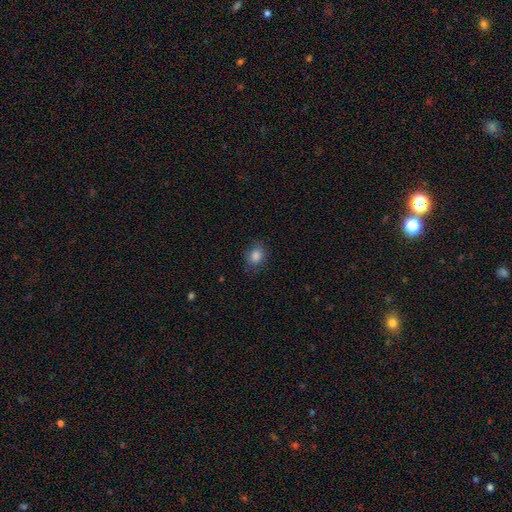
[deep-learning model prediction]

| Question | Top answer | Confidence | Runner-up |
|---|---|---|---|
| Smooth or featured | smooth | 85% | star or artifact (10%) |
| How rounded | in between | 57% | round (42%) |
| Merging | none | 79% | minor disturbance (15%) |